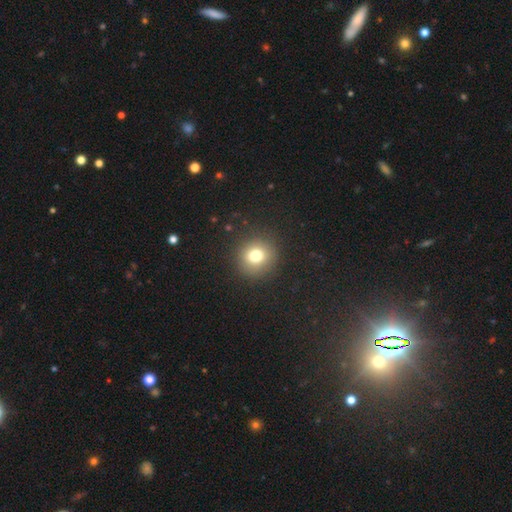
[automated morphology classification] This appears to be a smooth galaxy with no disk features (77%) that is round (88%). Merging: none (89%).